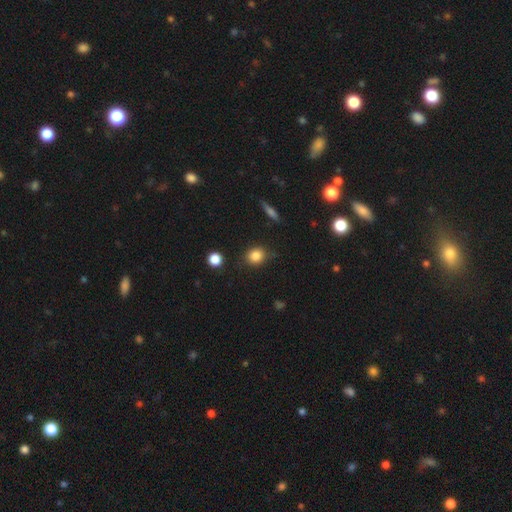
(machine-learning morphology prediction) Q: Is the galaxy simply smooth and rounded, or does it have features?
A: smooth — 84%.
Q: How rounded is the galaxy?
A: round — 67%.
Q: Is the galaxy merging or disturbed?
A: none — 79%.